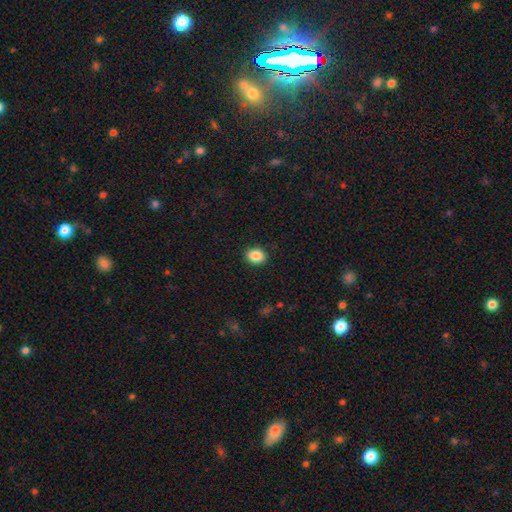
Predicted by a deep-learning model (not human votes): This appears to be a smooth galaxy with no disk features (87%) that is in between round and cigar-shaped (58%). Merging: none (90%).